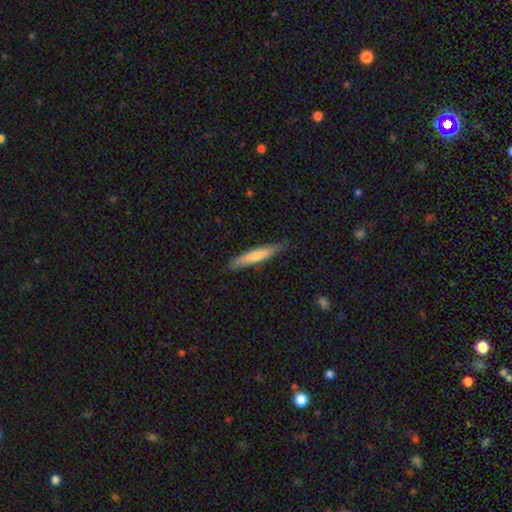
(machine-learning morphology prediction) The model was most divided on "smooth or featured": smooth: 68%, featured or disk: 27%, star or artifact: 5%. More confident: how rounded — cigar-shaped (92%); merging — none (87%).